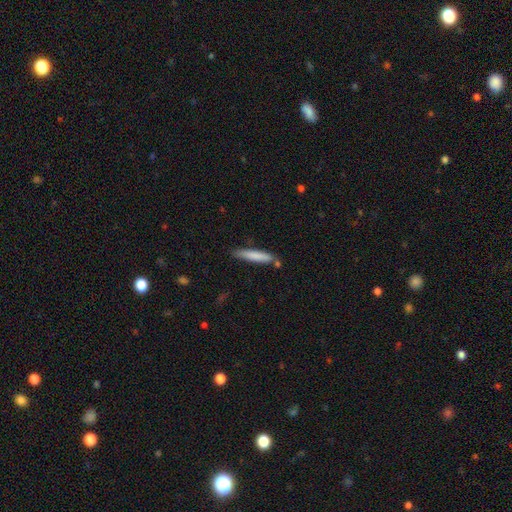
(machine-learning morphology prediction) Smooth or featured? smooth (78%)
How rounded? cigar-shaped (90%)
Merging? none (76%)